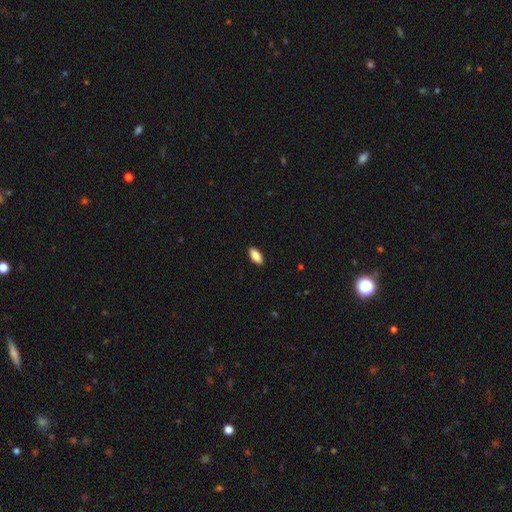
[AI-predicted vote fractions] Smooth or featured? Predicted: smooth (p=0.86). How rounded? Predicted: in between (p=0.87). Merging? Predicted: none (p=0.90).